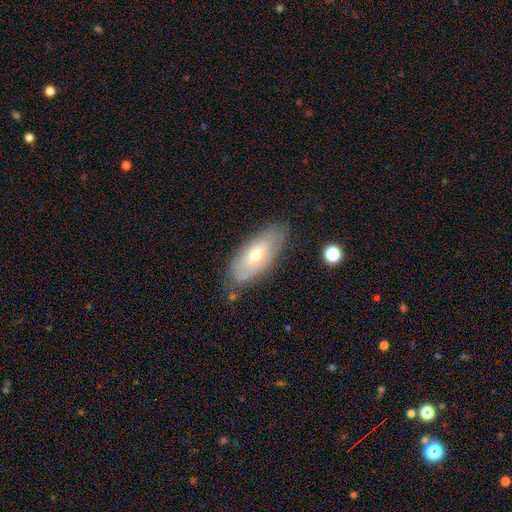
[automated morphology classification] smooth_or_featured: smooth (p=0.51) [alt: featured or disk p=0.42]
how_rounded: in between (p=0.83) [alt: cigar-shaped p=0.14]
merging: none (p=0.72) [alt: minor disturbance p=0.21]